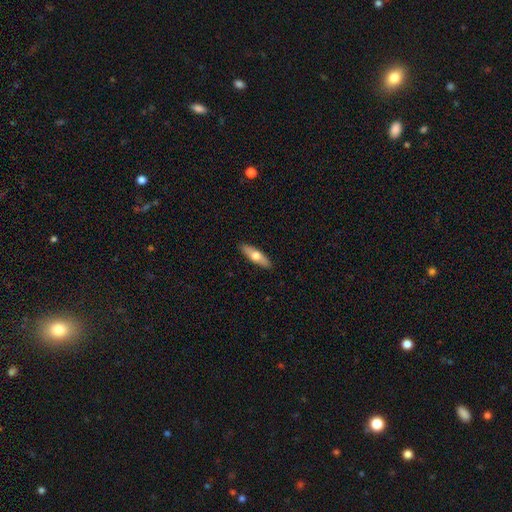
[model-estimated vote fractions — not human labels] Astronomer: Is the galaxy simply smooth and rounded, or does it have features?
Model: smooth — 58% (runner-up: featured or disk, 37%).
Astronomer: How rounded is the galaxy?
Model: cigar-shaped — 54% (runner-up: in between, 44%).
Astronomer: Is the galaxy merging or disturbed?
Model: none — 90%.